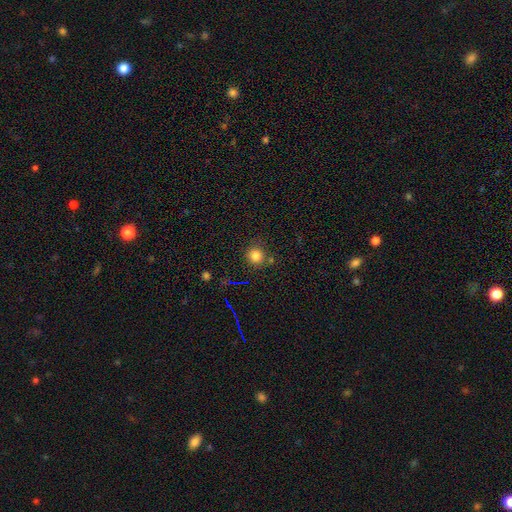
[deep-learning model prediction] A smooth galaxy with no disk features (81%) that is round (92%). Merging: none (79%).